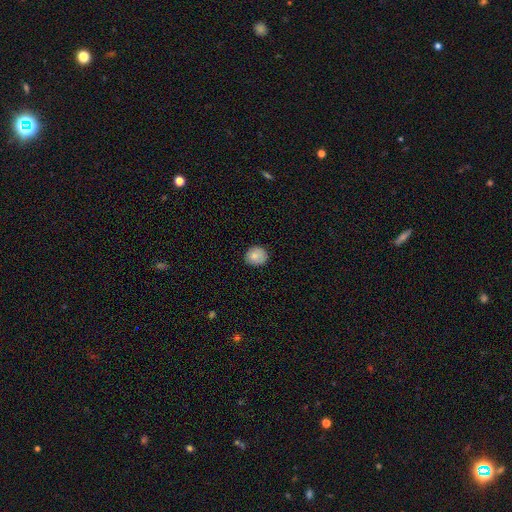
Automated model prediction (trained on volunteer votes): Morphology: type=smooth (84%); roundness=round (72%); merging=none (85%).